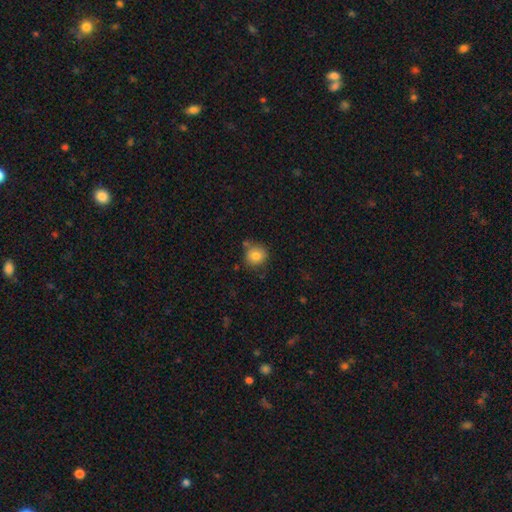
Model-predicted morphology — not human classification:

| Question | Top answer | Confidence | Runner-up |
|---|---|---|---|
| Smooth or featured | smooth | 81% | star or artifact (11%) |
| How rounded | round | 89% | in between (10%) |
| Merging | none | 72% | minor disturbance (15%) |